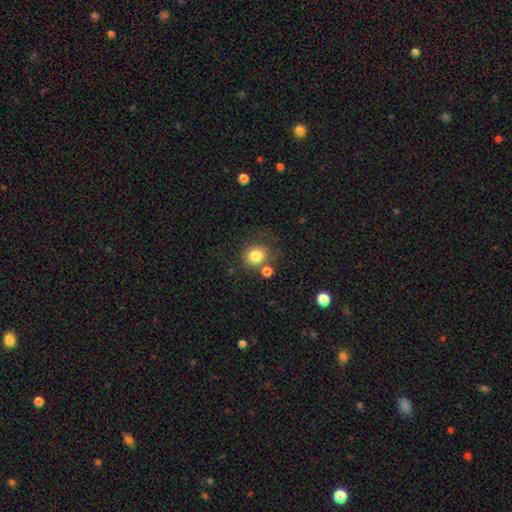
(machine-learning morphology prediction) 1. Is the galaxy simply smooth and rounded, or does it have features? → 81% smooth, 11% star or artifact, 8% featured or disk.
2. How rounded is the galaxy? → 79% round, 20% in between, 1% cigar-shaped.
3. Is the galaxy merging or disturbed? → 65% none, 14% minor disturbance, 14% merger, 6% major disturbance.